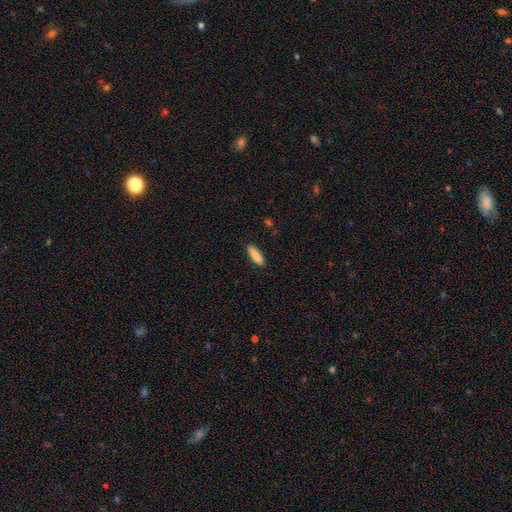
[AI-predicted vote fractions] Smooth or featured: smooth — 85% (featured or disk — 9%)
How rounded: cigar-shaped — 52% (in between — 47%)
Merging: none — 88% (minor disturbance — 9%)